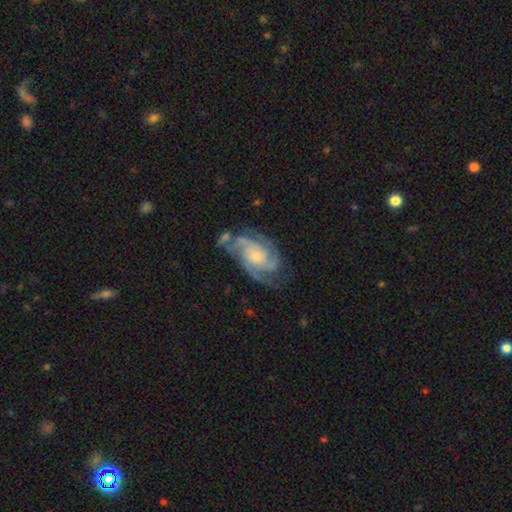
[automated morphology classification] Smooth or featured? featured or disk (90%)
Edge-on disk? no (97%)
Bar? no (69%)
Spiral arms? yes (98%)
Spiral winding? tight (54%)
Spiral arm count? 3 (44%)
Bulge size? small (55%)
Merging? none (65%)